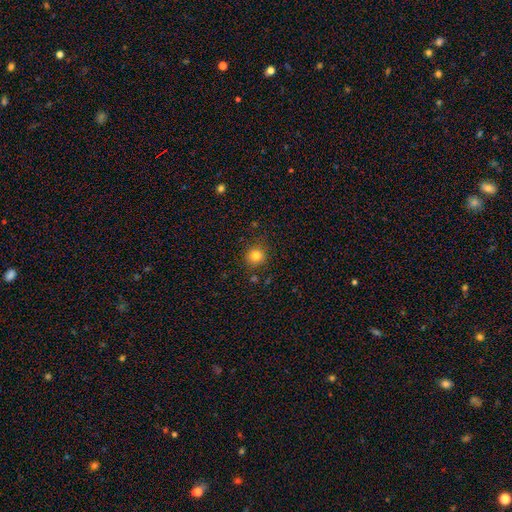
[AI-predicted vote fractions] Morphology: type=smooth (82%); roundness=round (91%); merging=none (85%).